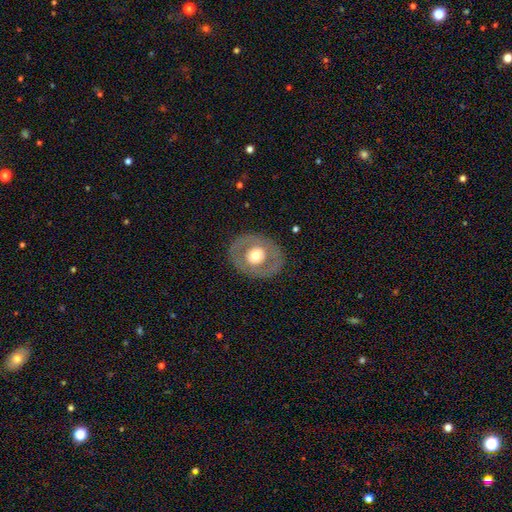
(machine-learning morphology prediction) Q: Smooth or featured?
A: featured or disk (51%); runner-up: smooth (43%)
Q: Edge-on disk?
A: no (93%); runner-up: yes (7%)
Q: Merging?
A: none (83%); runner-up: minor disturbance (10%)